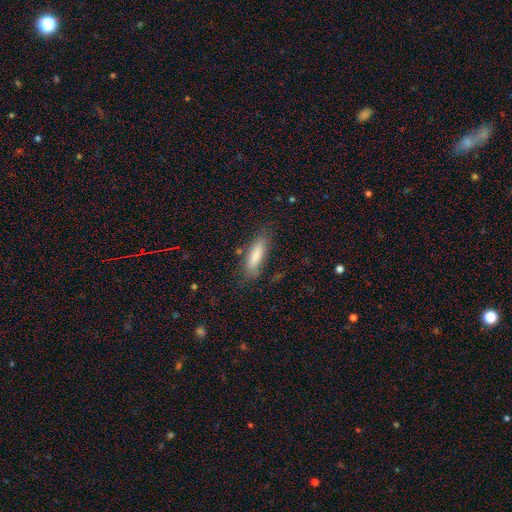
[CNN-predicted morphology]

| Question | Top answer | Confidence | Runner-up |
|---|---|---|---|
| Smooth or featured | smooth | 78% | featured or disk (15%) |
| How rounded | cigar-shaped | 52% | in between (46%) |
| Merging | none | 72% | minor disturbance (18%) |